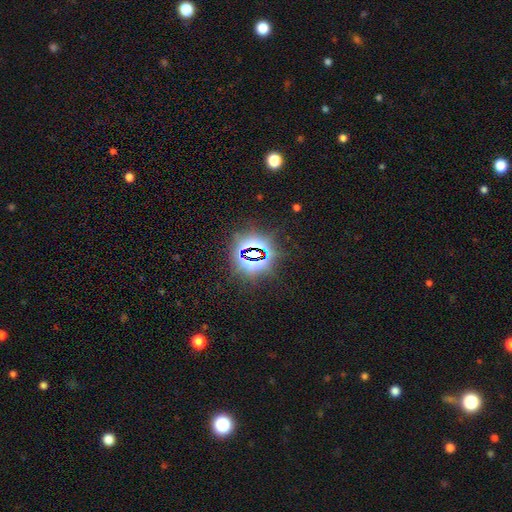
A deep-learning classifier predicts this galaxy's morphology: Smooth or featured? star or artifact (79%)